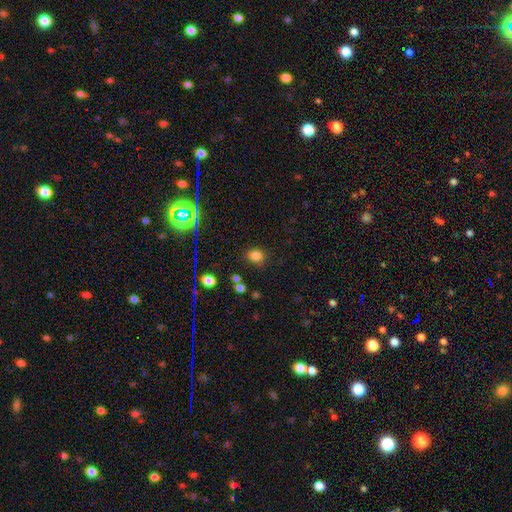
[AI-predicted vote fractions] Morphology: type=smooth (78%); roundness=round (62%); merging=none (79%).